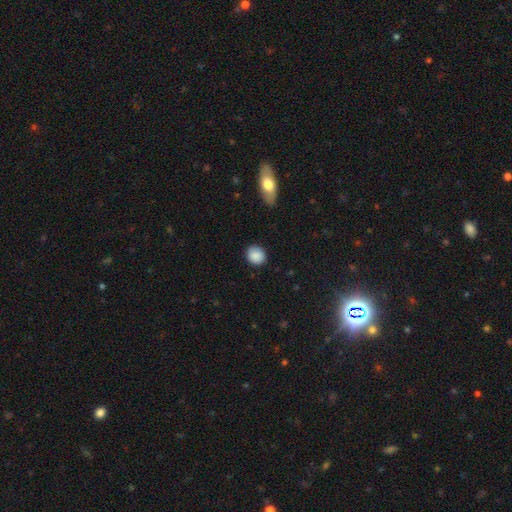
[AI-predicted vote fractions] Smooth or featured: smooth — 87% (star or artifact — 8%)
How rounded: round — 75% (in between — 24%)
Merging: none — 83% (minor disturbance — 13%)